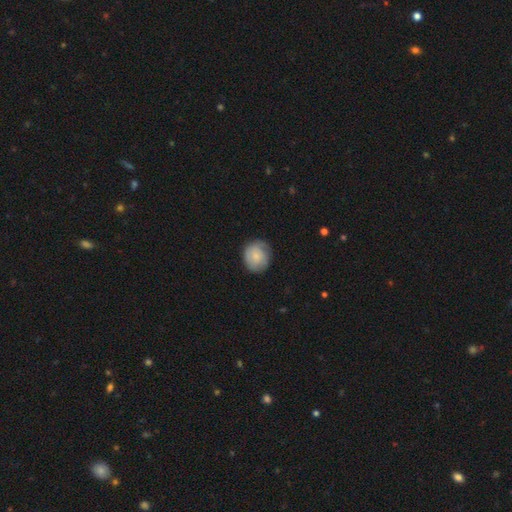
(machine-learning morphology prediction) type=smooth (72%); roundness=round (78%); merging=none (72%).